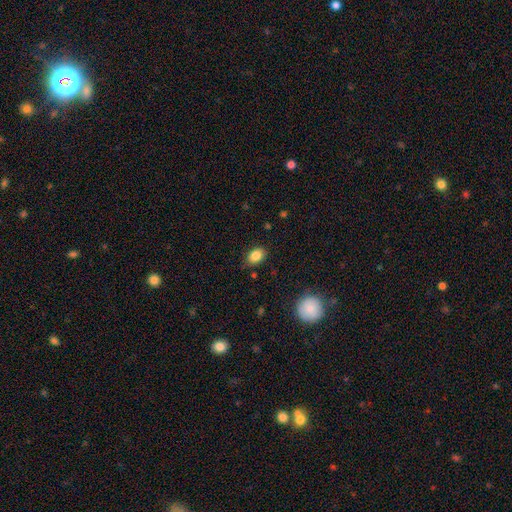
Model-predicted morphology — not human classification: Smooth or featured? smooth (86%)
How rounded? in between (78%)
Merging? none (82%)